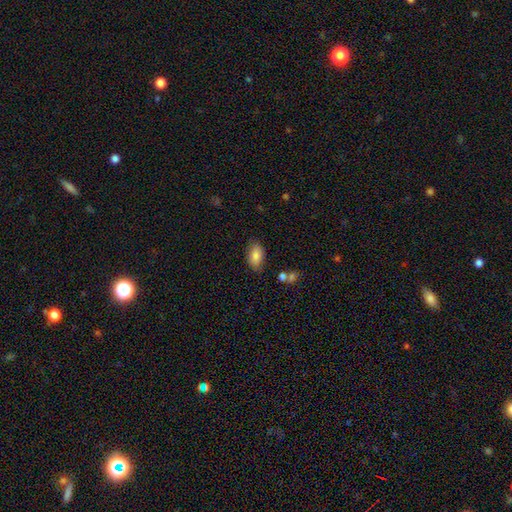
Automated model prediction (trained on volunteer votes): A smooth galaxy with no disk features (84%) that is in between round and cigar-shaped (92%).

Vote fractions:
- Smooth or featured? smooth: 84% / featured or disk: 8% / star or artifact: 8%
- How rounded? in between: 92% / round: 6% / cigar-shaped: 2%
- Merging? none: 80% / minor disturbance: 14% / major disturbance: 3% / merger: 3%